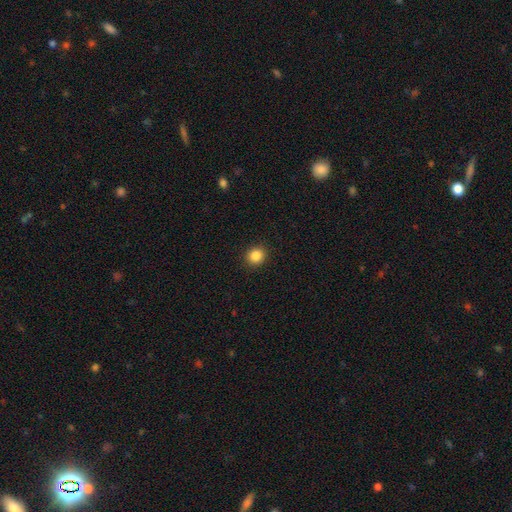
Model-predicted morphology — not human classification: smooth_or_featured: smooth (p=0.86) [alt: star or artifact p=0.11]
how_rounded: round (p=0.87) [alt: in between p=0.12]
merging: none (p=0.91) [alt: minor disturbance p=0.06]